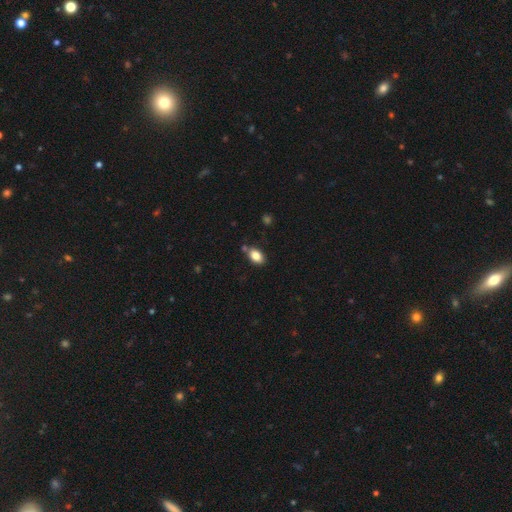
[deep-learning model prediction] Smooth or featured?
  - smooth: 84% *
  - star or artifact: 9%
  - featured or disk: 7%
How rounded?
  - in between: 87% *
  - round: 12%
  - cigar-shaped: 2%
Merging?
  - none: 78% *
  - minor disturbance: 14%
  - merger: 6%
  - major disturbance: 3%